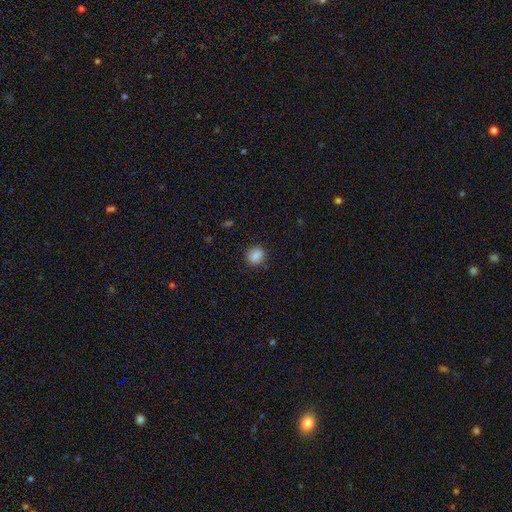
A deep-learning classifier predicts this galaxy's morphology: Overall: smooth (87%). How rounded: round (53%; in between 46%). Merging: none (82%).